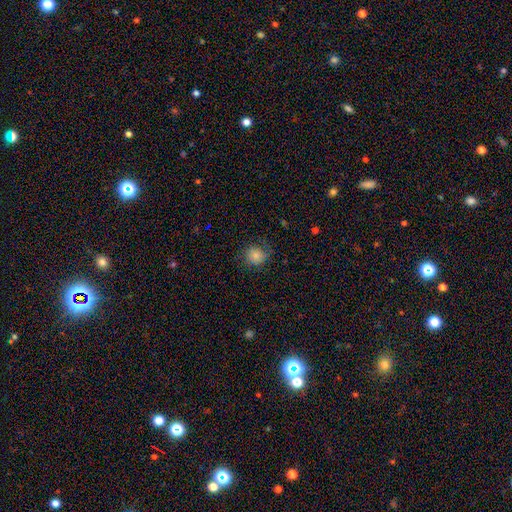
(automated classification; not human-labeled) smooth 79%, featured or disk 11%, star or artifact 10%. Down the decision tree: how rounded — round (83%); merging — none (73%).